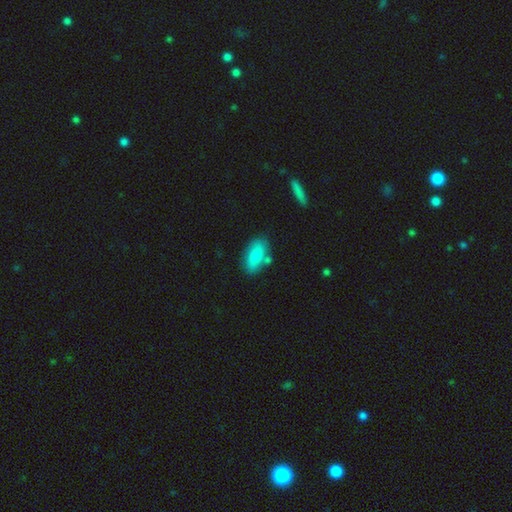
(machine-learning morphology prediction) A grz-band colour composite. It shows a smooth galaxy with no disk features (78%) that is in between round and cigar-shaped (90%). Merging: none (69%).